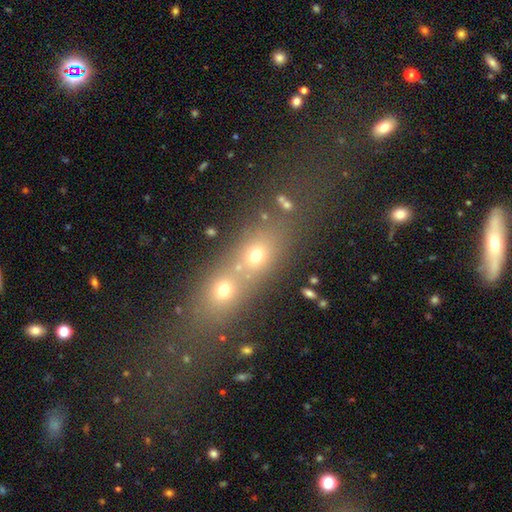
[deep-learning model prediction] smooth_or_featured: smooth (p=0.57) [alt: star or artifact p=0.22]
how_rounded: round (p=0.46) [alt: in between p=0.40]
merging: merger (p=0.60) [alt: none p=0.29]